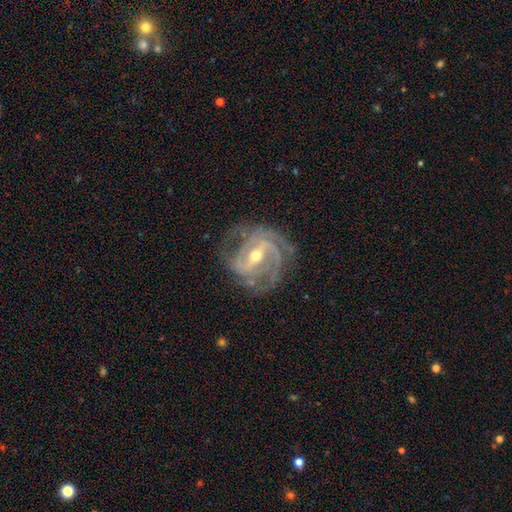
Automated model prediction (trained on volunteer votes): featured or disk 90%, star or artifact 6%, smooth 4%. Down the decision tree: edge-on disk — no (97%); bar — strong (51%); spiral arms — yes (97%); spiral arm count — 3 (37%); spiral winding — tight (50%); bulge size — moderate (56%); merging — none (71%).